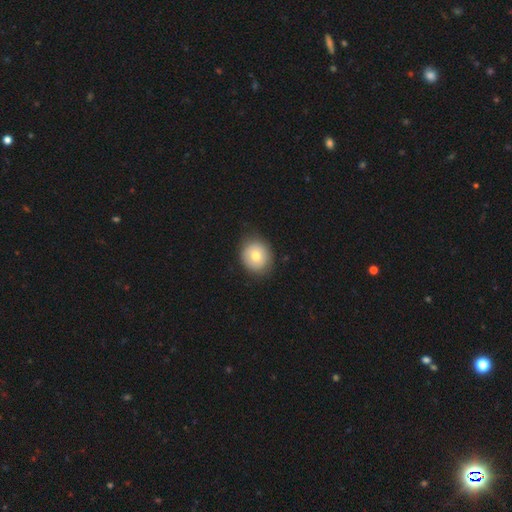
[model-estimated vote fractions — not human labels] Smooth or featured?
  - smooth: 70% *
  - featured or disk: 21%
  - star or artifact: 9%
How rounded?
  - round: 82% *
  - in between: 17%
  - cigar-shaped: 1%
Merging?
  - none: 82% *
  - minor disturbance: 14%
  - major disturbance: 4%
  - merger: 1%